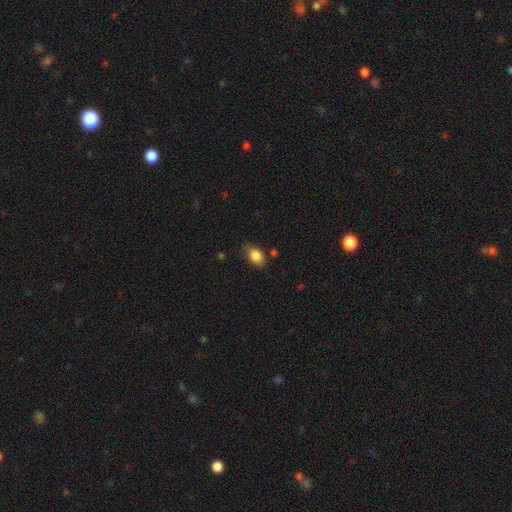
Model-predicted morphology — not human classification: Smooth or featured: smooth — 86% (star or artifact — 9%)
How rounded: in between — 80% (round — 19%)
Merging: none — 71% (minor disturbance — 21%)